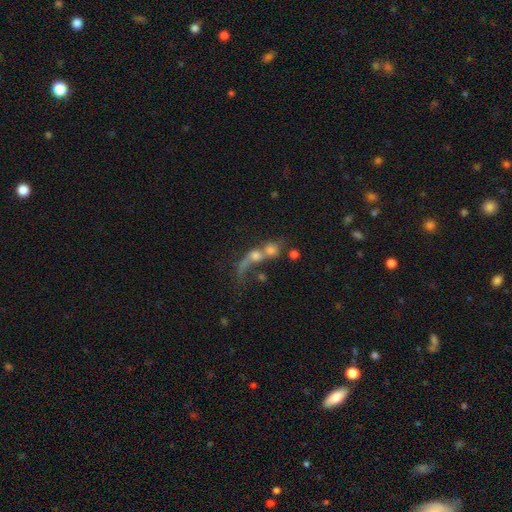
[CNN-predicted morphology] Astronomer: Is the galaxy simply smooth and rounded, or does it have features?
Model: featured or disk — 44% (runner-up: smooth, 36%).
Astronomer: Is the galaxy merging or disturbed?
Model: merger — 57%.